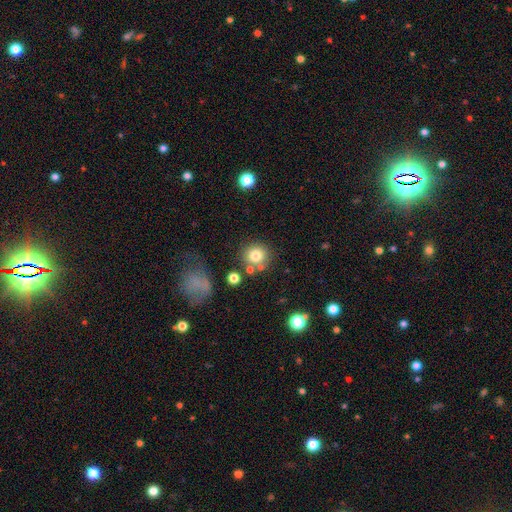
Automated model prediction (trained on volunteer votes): This is likely a smooth galaxy (79%). How rounded: clearly round (89%). Merging: likely none (73%).